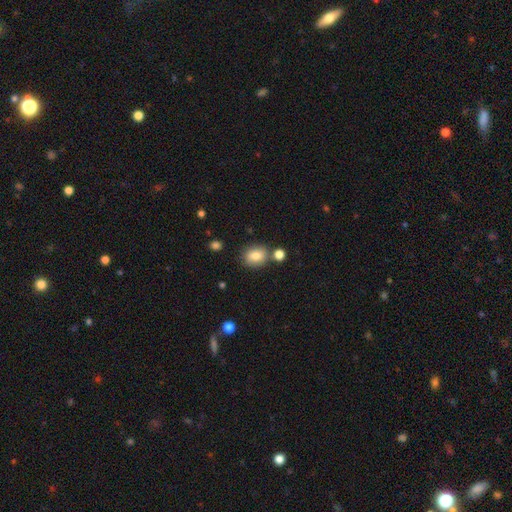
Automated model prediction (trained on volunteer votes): Q: Smooth or featured?
A: smooth (82%); runner-up: star or artifact (9%)
Q: How rounded?
A: in between (55%); runner-up: round (43%)
Q: Merging?
A: none (73%); runner-up: minor disturbance (13%)